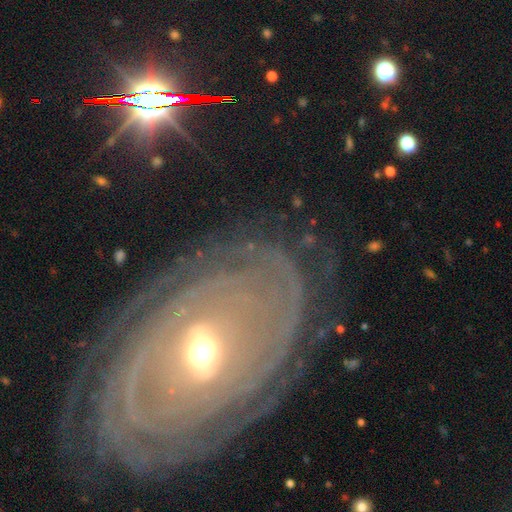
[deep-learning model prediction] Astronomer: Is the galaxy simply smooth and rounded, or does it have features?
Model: featured or disk — 85%.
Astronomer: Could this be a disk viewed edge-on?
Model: no — 94%.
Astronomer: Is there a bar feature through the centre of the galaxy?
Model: no — 44% (runner-up: weak, 35%).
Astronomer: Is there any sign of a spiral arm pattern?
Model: yes — 91%.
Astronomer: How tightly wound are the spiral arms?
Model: tight — 83%.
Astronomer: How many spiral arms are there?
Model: can't tell — 37% (runner-up: more than 4, 16%).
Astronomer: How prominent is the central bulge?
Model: moderate — 65%.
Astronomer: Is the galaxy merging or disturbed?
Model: none — 80%.